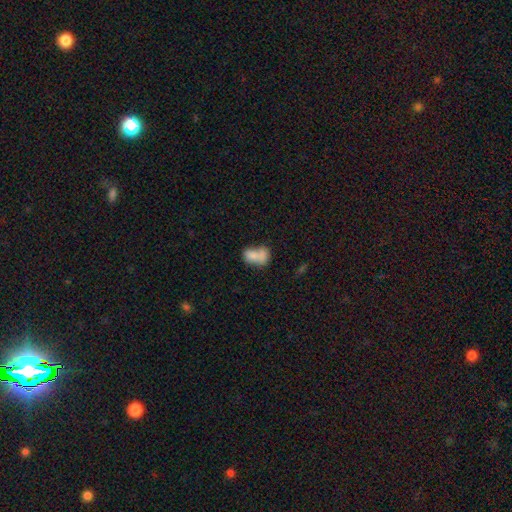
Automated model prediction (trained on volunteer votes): This is likely a smooth galaxy (73%). How rounded: likely in between (79%). Merging: possibly merger (56%).